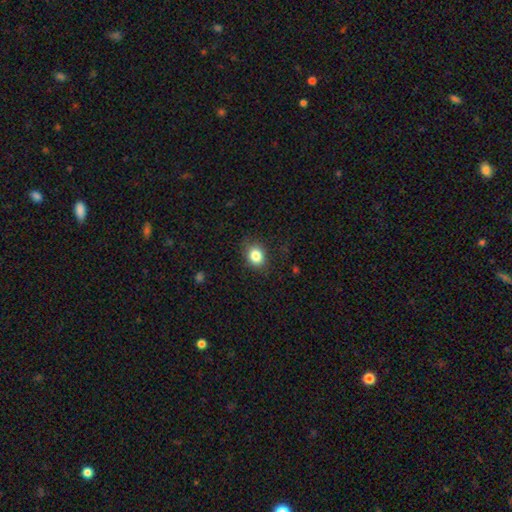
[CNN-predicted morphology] type=smooth (83%); roundness=round (54%); merging=none (82%).